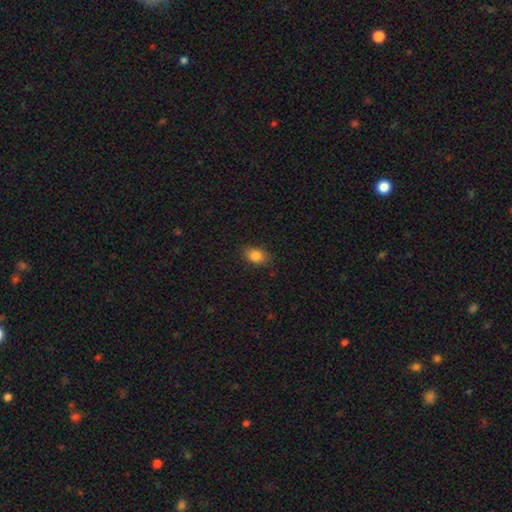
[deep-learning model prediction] smooth-or-featured: smooth: 84% | star or artifact: 9% | featured or disk: 6%
  how-rounded: in between: 77% | round: 21% | cigar-shaped: 2%
  merging: none: 85% | minor disturbance: 12% | major disturbance: 3% | merger: 1%